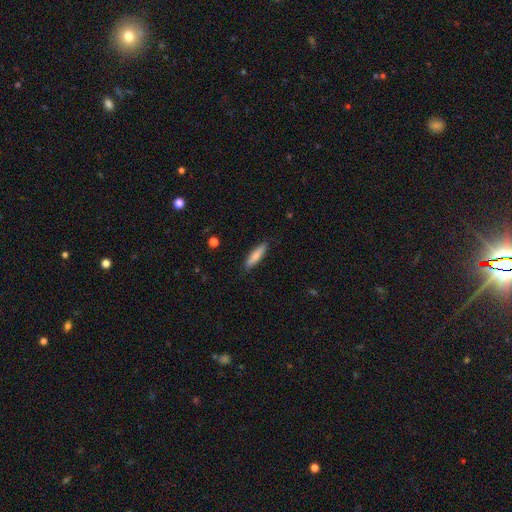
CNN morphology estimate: Smooth or featured? smooth (77%)
How rounded? cigar-shaped (79%)
Merging? none (88%)